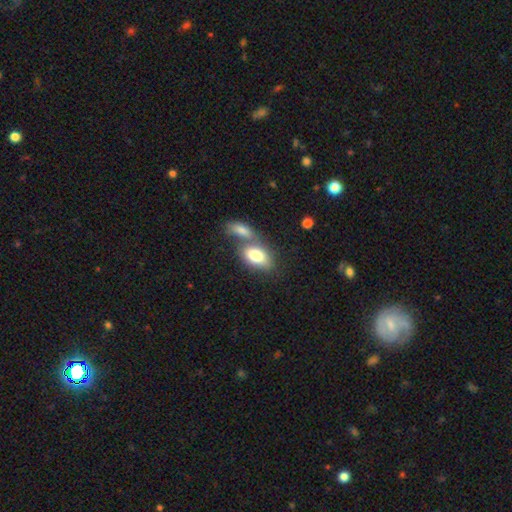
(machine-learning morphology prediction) Smooth or featured: smooth — 80% (featured or disk — 14%)
How rounded: in between — 89% (round — 8%)
Merging: merger — 50% (none — 34%)